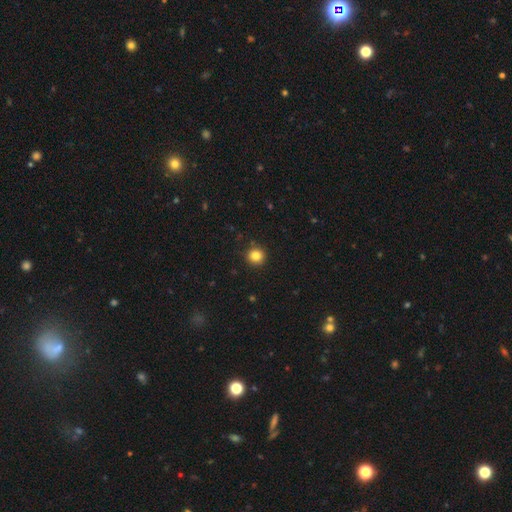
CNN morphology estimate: This appears to be a smooth galaxy with no disk features (83%) that is round (94%). Merging: none (91%).